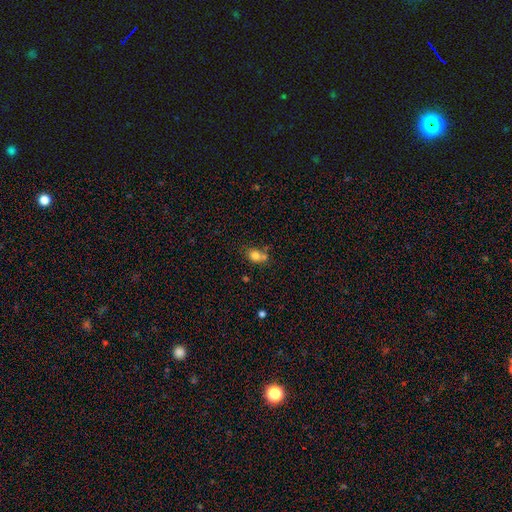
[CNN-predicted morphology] Smooth or featured? smooth (78%)
How rounded? in between (52%)
Merging? none (46%)